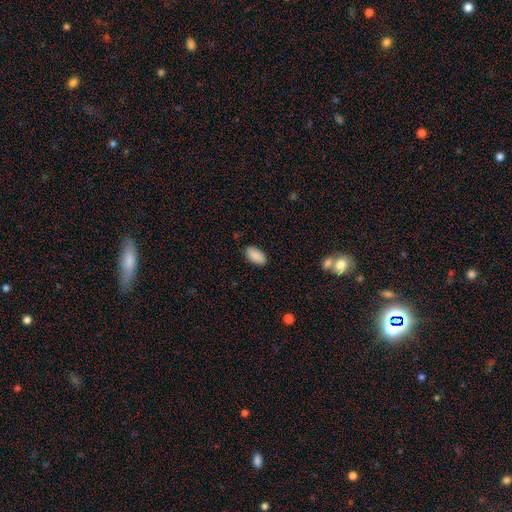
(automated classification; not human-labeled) smooth 90%, star or artifact 7%, featured or disk 4%. Down the decision tree: how rounded — in between (95%); merging — none (87%).